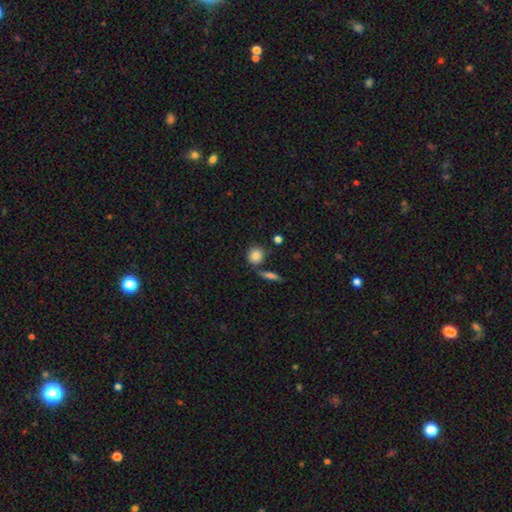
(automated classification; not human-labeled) Smooth or featured: smooth — 85% (star or artifact — 8%)
How rounded: round — 80% (in between — 18%)
Merging: none — 72% (merger — 13%)